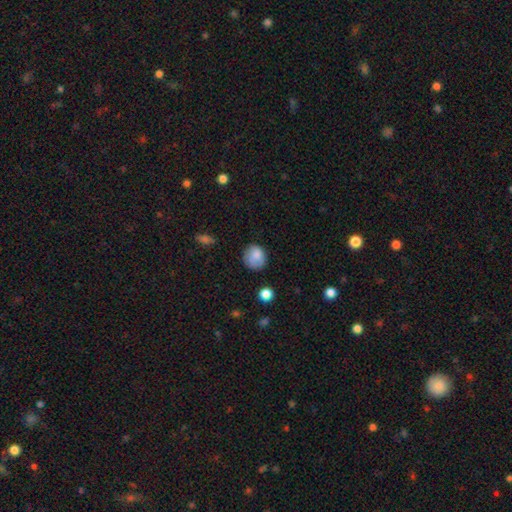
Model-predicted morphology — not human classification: A smooth galaxy with no disk features (81%) that is round (75%).

Vote fractions:
- Smooth or featured? smooth: 81% / featured or disk: 10% / star or artifact: 8%
- How rounded? round: 75% / in between: 24% / cigar-shaped: 1%
- Merging? none: 69% / minor disturbance: 22% / major disturbance: 7% / merger: 2%